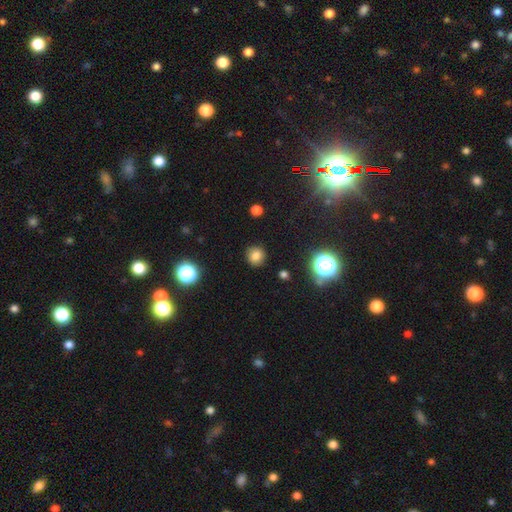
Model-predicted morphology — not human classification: Q: Smooth or featured?
A: smooth (80%); runner-up: star or artifact (15%)
Q: How rounded?
A: round (89%); runner-up: in between (10%)
Q: Merging?
A: none (88%); runner-up: minor disturbance (8%)